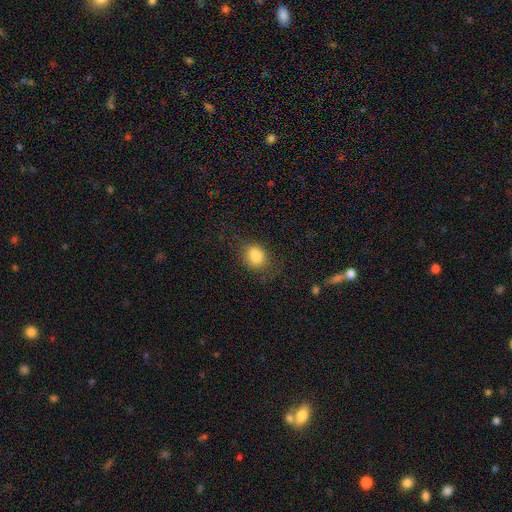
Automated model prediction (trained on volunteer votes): smooth_or_featured: smooth (p=0.83) [alt: star or artifact p=0.10]
how_rounded: in between (p=0.54) [alt: round p=0.45]
merging: none (p=0.71) [alt: minor disturbance p=0.19]